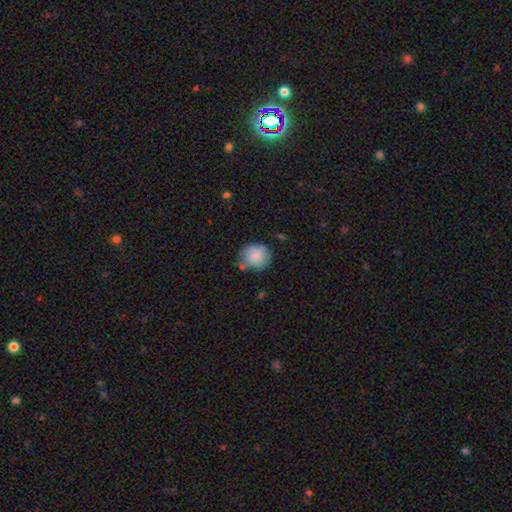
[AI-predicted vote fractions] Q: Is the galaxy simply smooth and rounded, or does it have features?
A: smooth — 81%.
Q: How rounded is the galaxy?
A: round — 84%.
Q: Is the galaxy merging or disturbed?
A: none — 66%.